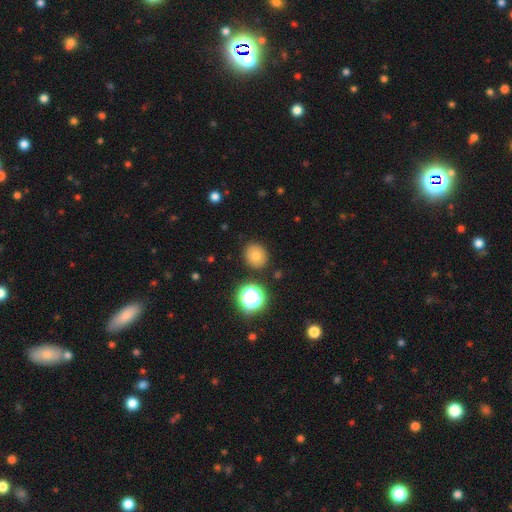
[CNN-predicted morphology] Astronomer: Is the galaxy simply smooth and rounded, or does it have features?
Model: smooth — 72%.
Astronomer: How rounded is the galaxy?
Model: round — 82%.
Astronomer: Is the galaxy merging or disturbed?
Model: none — 88%.